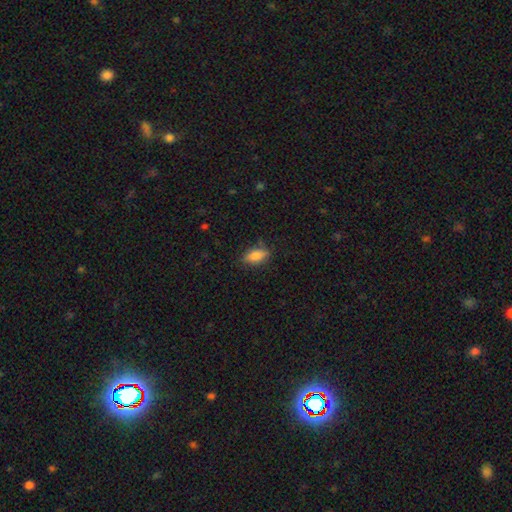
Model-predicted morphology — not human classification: Smooth or featured? smooth (80%)
How rounded? in between (83%)
Merging? none (74%)